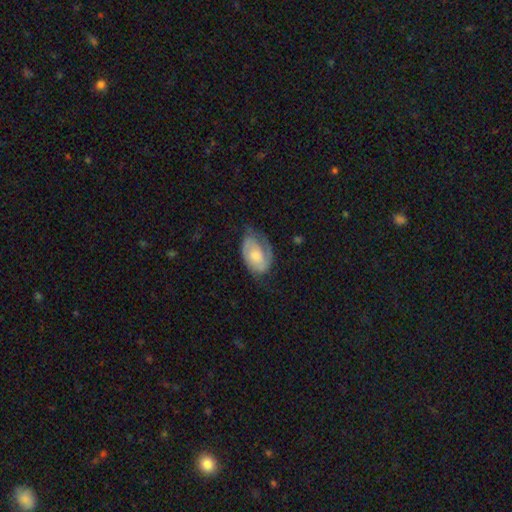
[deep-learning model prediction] Q: Smooth or featured?
A: featured or disk (63%); runner-up: smooth (30%)
Q: Edge-on disk?
A: no (96%); runner-up: yes (4%)
Q: Bar?
A: no (70%); runner-up: weak (25%)
Q: Spiral arms?
A: yes (87%); runner-up: no (13%)
Q: Spiral winding?
A: tight (45%); runner-up: medium (39%)
Q: Spiral arm count?
A: 2 (62%); runner-up: can't tell (17%)
Q: Bulge size?
A: moderate (41%); runner-up: small (31%)
Q: Merging?
A: none (53%); runner-up: minor disturbance (29%)